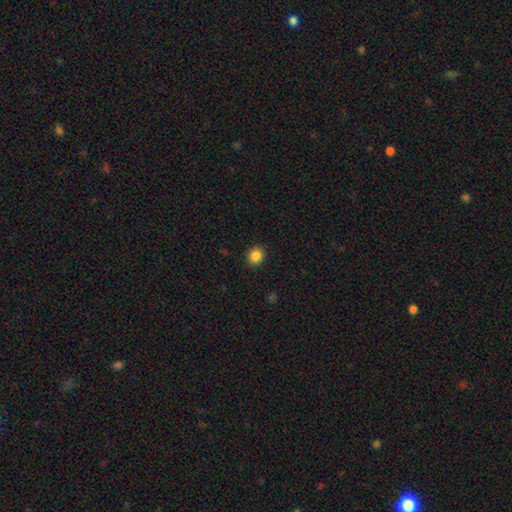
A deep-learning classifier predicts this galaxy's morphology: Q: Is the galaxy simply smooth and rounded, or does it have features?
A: smooth — 85%.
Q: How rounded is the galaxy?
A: round — 74%.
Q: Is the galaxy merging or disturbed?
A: none — 91%.